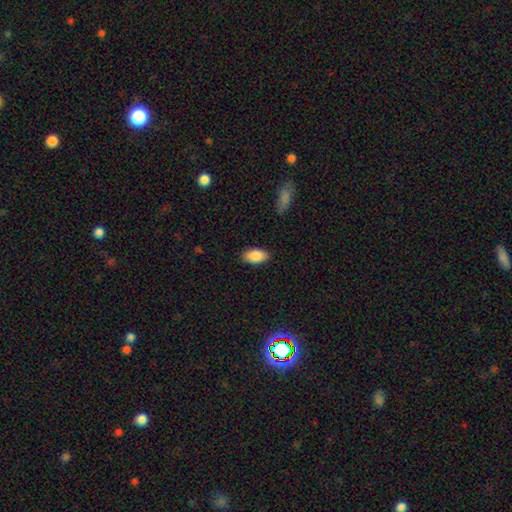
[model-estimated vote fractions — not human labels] This appears to be a smooth galaxy with no disk features (88%) that is in between round and cigar-shaped (93%). Merging: none (87%).